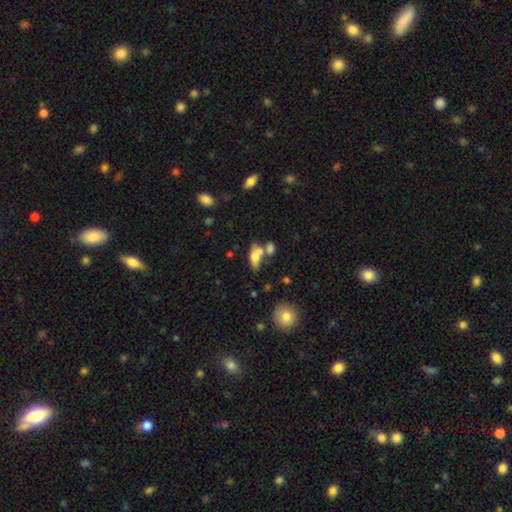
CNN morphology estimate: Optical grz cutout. It shows a smooth galaxy with no disk features (68%) that is in between round and cigar-shaped (78%). Merging: merger (42%).